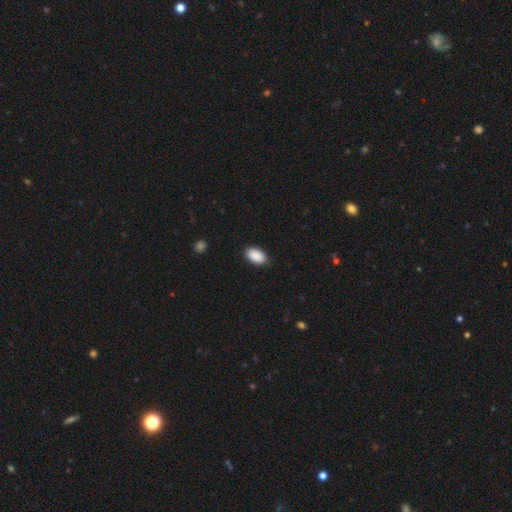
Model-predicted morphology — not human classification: smooth_or_featured: smooth (p=0.90) [alt: star or artifact p=0.07]
how_rounded: in between (p=0.93) [alt: round p=0.05]
merging: none (p=0.85) [alt: minor disturbance p=0.12]